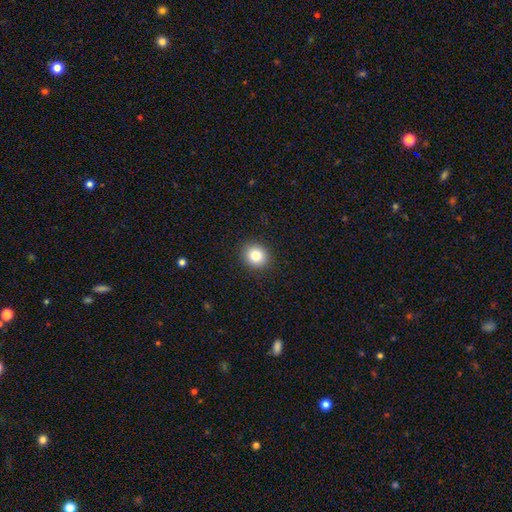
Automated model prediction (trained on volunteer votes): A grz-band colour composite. It shows a smooth galaxy with no disk features (82%) that is round (84%). Merging: none (92%).